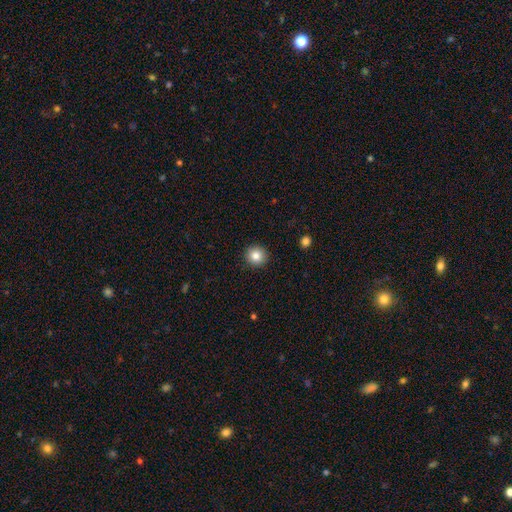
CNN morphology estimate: Smooth or featured?
  - smooth: 84% *
  - star or artifact: 10%
  - featured or disk: 6%
How rounded?
  - round: 93% *
  - in between: 6%
  - cigar-shaped: 1%
Merging?
  - none: 92% *
  - minor disturbance: 5%
  - major disturbance: 2%
  - merger: 1%